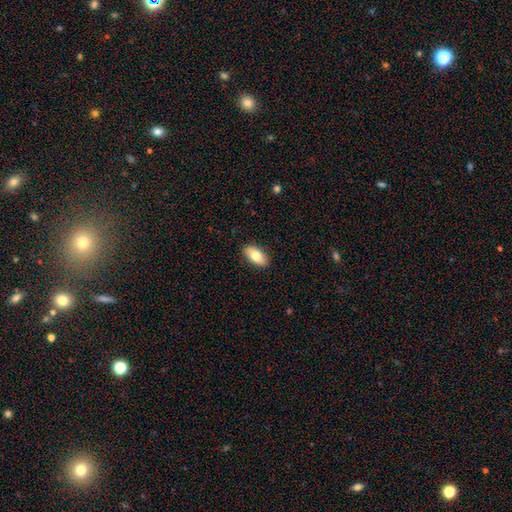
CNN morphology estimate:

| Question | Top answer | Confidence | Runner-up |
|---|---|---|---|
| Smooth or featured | smooth | 77% | featured or disk (17%) |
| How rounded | in between | 92% | cigar-shaped (5%) |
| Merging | none | 89% | minor disturbance (9%) |